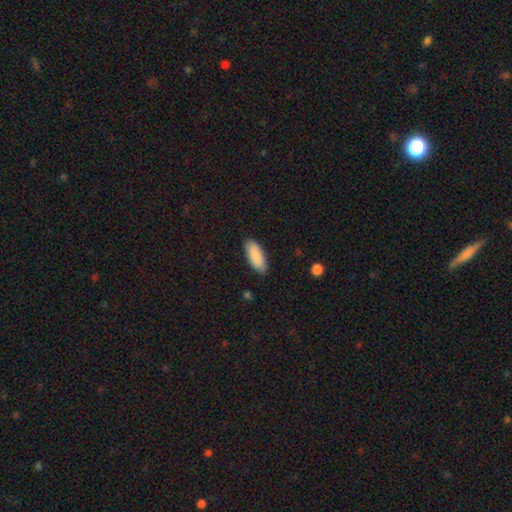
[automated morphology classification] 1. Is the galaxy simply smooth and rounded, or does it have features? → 88% smooth, 6% featured or disk, 6% star or artifact.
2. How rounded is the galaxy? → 80% in between, 18% cigar-shaped, 2% round.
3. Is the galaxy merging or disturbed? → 87% none, 10% minor disturbance, 2% major disturbance, 1% merger.